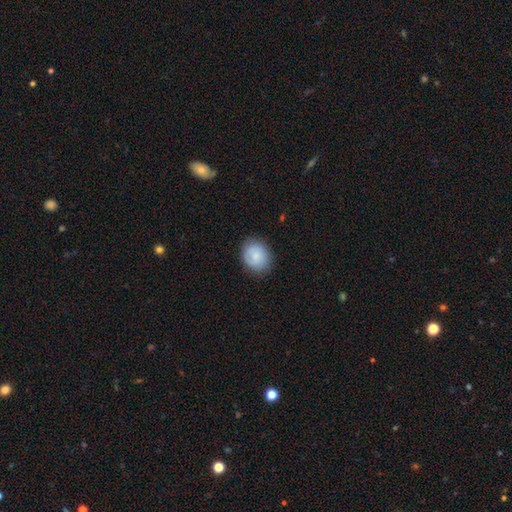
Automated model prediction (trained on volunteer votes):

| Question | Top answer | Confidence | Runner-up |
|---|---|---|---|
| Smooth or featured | smooth | 78% | featured or disk (15%) |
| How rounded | round | 60% | in between (39%) |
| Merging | none | 82% | minor disturbance (13%) |